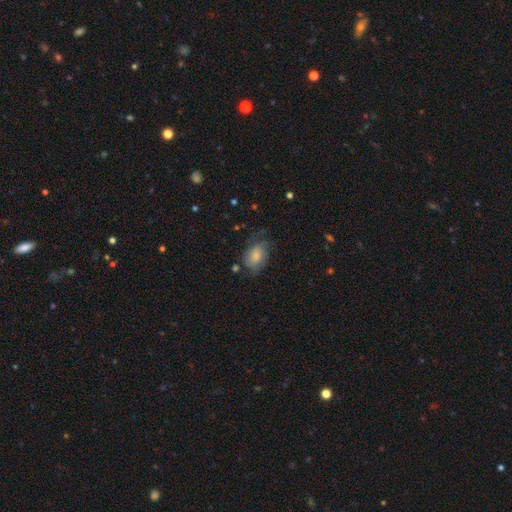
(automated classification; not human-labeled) This appears to be a smooth galaxy with no disk features (65%) that is in between round and cigar-shaped (82%). Merging: none (48%).